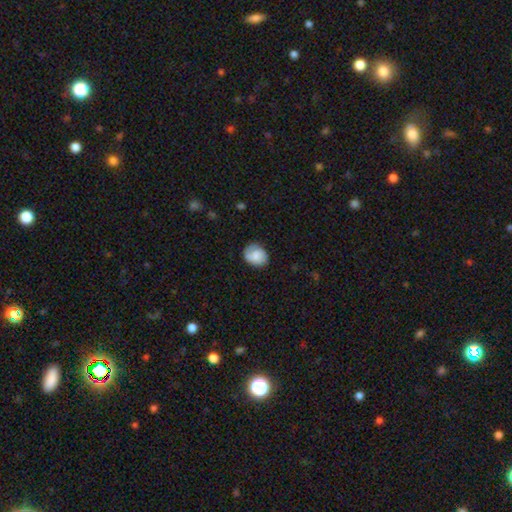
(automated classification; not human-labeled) The model was most divided on "how rounded": round: 55%, in between: 45%, cigar-shaped: 1%. More confident: merging — none (73%); smooth or featured — smooth (68%).